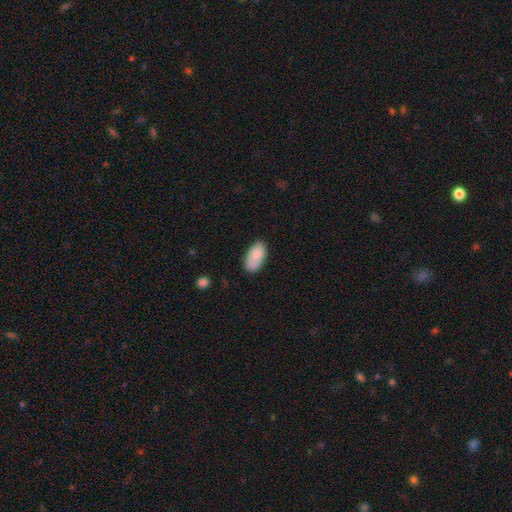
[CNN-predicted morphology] type=smooth (82%); roundness=in between (95%); merging=none (74%).